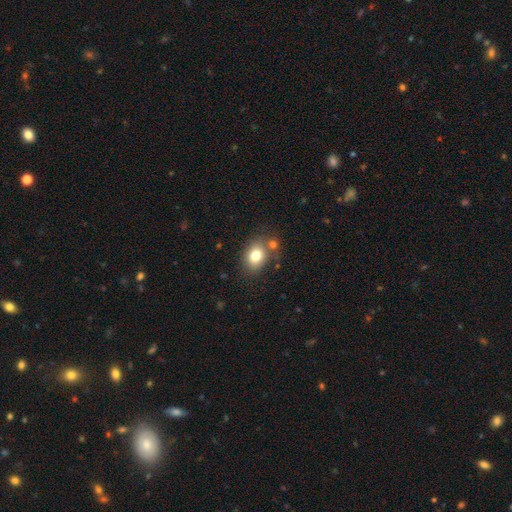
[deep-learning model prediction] Smooth or featured: smooth — 79% (featured or disk — 11%)
How rounded: in between — 60% (round — 39%)
Merging: none — 65% (merger — 15%)